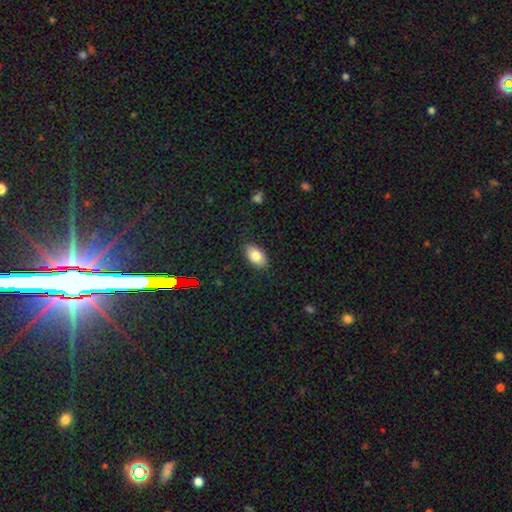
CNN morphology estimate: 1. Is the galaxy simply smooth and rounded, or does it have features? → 80% smooth, 11% featured or disk, 9% star or artifact.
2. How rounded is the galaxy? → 92% in between, 7% round, 2% cigar-shaped.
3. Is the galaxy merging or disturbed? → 87% none, 10% minor disturbance, 2% major disturbance, 1% merger.